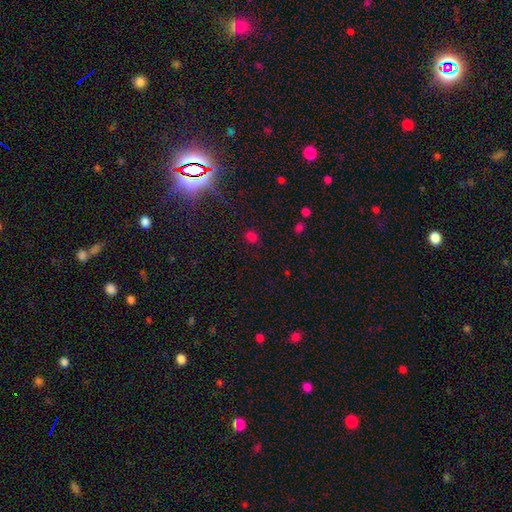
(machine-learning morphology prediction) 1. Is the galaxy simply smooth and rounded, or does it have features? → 61% smooth, 34% star or artifact, 5% featured or disk.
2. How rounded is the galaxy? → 54% round, 44% in between, 2% cigar-shaped.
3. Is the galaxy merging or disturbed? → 78% none, 13% minor disturbance, 5% major disturbance, 3% merger.